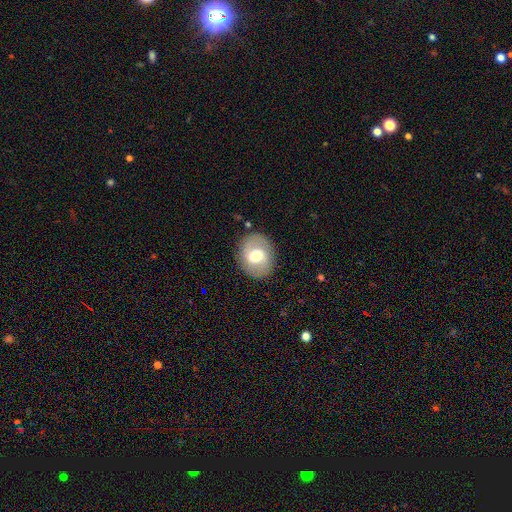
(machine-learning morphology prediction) Smooth or featured? Predicted: smooth (p=0.53). How rounded? Predicted: round (p=0.56). Merging? Predicted: none (p=0.85).